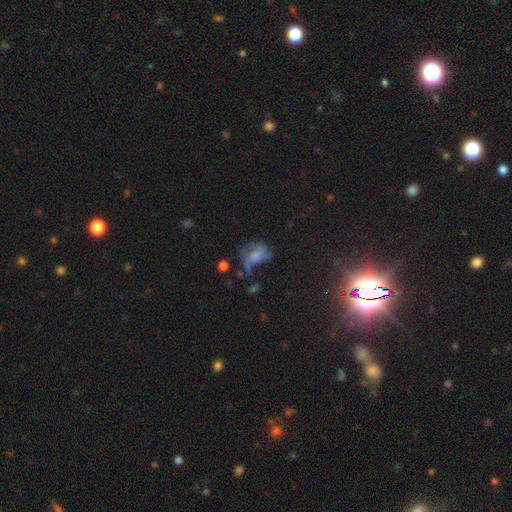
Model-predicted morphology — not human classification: Smooth or featured? featured or disk (47%)
Merging? major disturbance (40%)